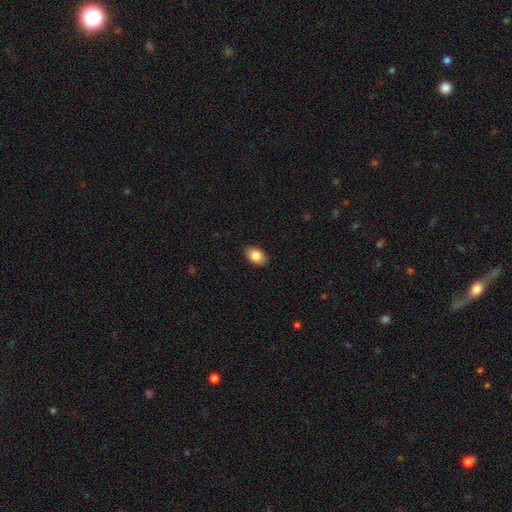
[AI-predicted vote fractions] The model was most divided on "how rounded": in between: 85%, round: 14%, cigar-shaped: 1%. More confident: merging — none (88%); smooth or featured — smooth (85%).